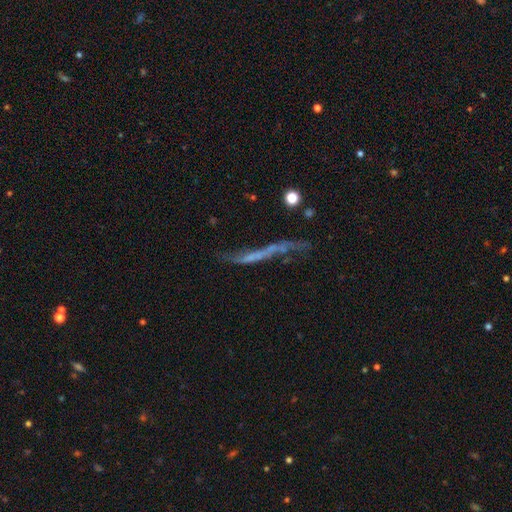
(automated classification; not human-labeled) Overall: featured or disk (54%; smooth 31%). Edge-on disk: yes (55%; no 45%). Merging: none (36%; major disturbance 31%).